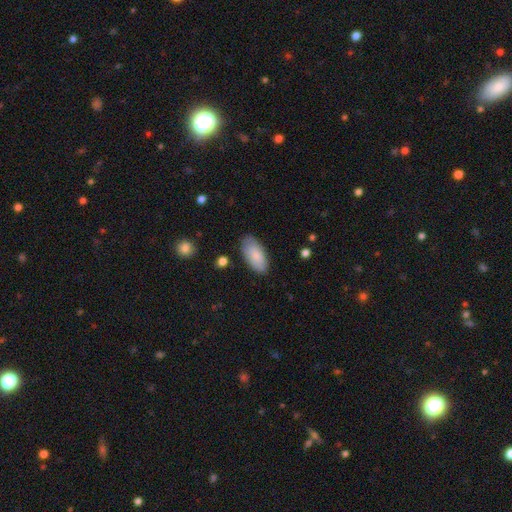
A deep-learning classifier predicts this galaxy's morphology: Smooth or featured?
  - smooth: 78% *
  - featured or disk: 16%
  - star or artifact: 6%
How rounded?
  - in between: 92% *
  - cigar-shaped: 5%
  - round: 2%
Merging?
  - none: 81% *
  - minor disturbance: 14%
  - major disturbance: 3%
  - merger: 2%